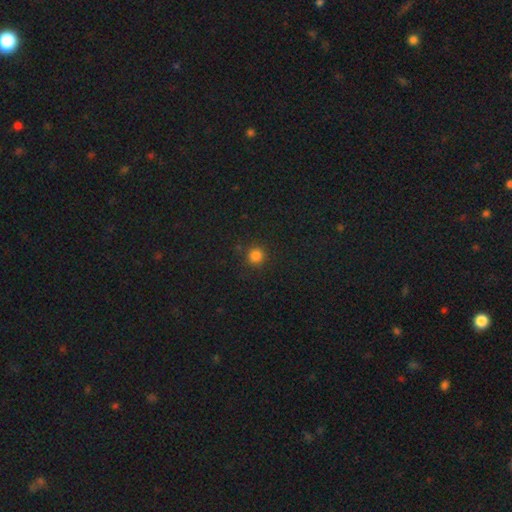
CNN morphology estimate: smooth 82%, star or artifact 15%, featured or disk 4%. Down the decision tree: how rounded — round (94%); merging — none (89%).